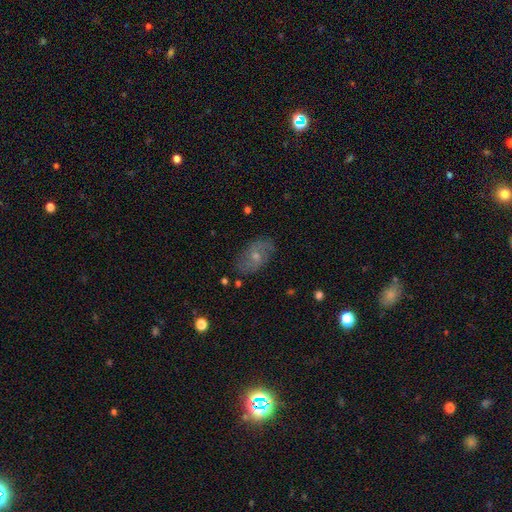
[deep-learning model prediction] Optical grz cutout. It shows a featured or disk galaxy (57%) with no bar (65%), spiral arms (74%) and a small central bulge (52%). Merging: none (79%).